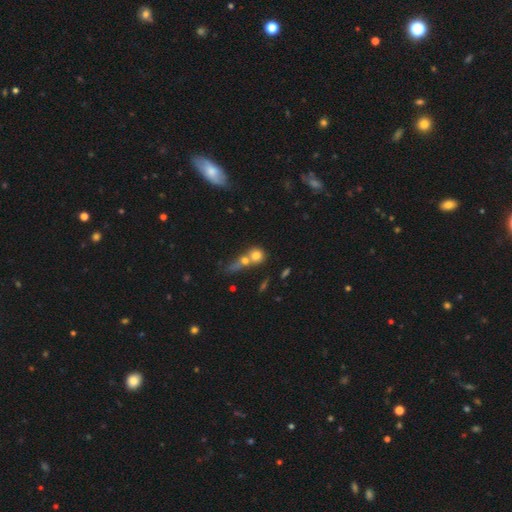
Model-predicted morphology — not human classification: A smooth galaxy with no disk features (70%) that is round (75%).

Vote fractions:
- Smooth or featured? smooth: 70% / featured or disk: 18% / star or artifact: 12%
- How rounded? round: 75% / in between: 19% / cigar-shaped: 6%
- Merging? merger: 57% / none: 29% / minor disturbance: 8% / major disturbance: 6%